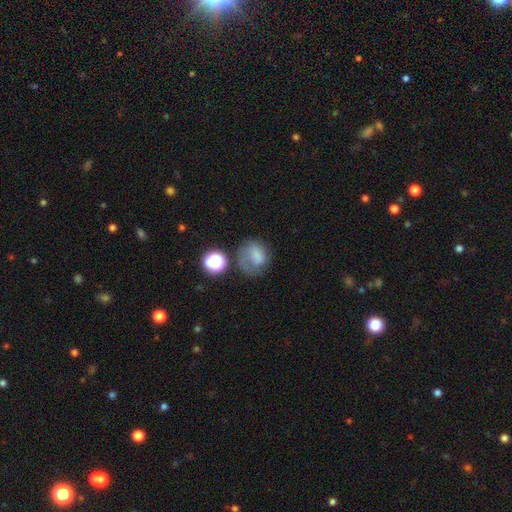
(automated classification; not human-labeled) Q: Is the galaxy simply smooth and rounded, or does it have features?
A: smooth — 60%.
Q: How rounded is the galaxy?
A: round — 60%.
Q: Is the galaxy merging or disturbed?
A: none — 43%.